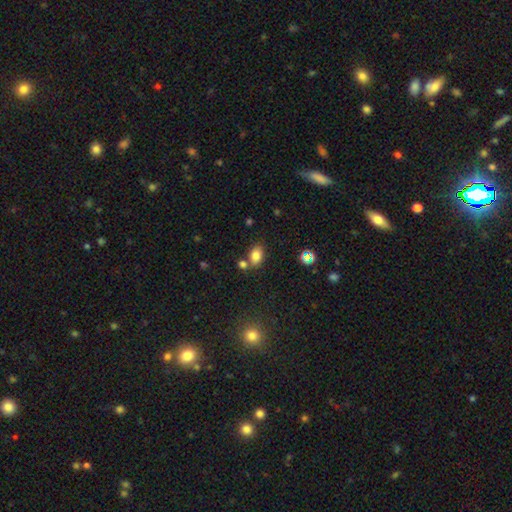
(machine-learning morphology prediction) Smooth or featured: smooth — 80% (star or artifact — 12%)
How rounded: in between — 81% (round — 17%)
Merging: none — 65% (merger — 19%)